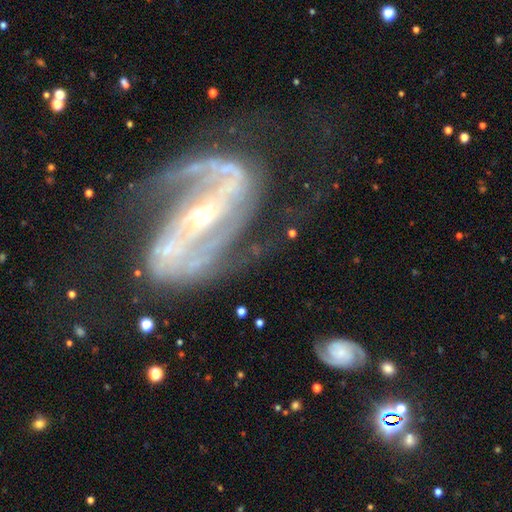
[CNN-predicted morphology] This appears to be a featured or disk galaxy (91%) with a strong bar (65%), 2 (89%) medium (49%) spiral arms (97%) and a small central bulge (59%). Merging: none (54%).